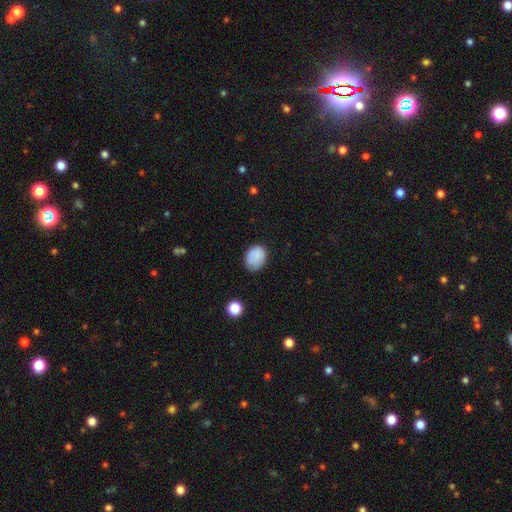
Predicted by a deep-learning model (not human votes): smooth-or-featured: smooth: 84% | star or artifact: 8% | featured or disk: 7%
  how-rounded: in between: 53% | round: 46% | cigar-shaped: 1%
  merging: none: 72% | minor disturbance: 21% | major disturbance: 5% | merger: 2%